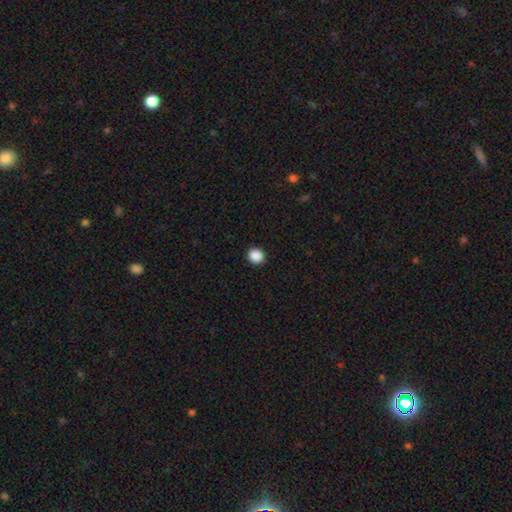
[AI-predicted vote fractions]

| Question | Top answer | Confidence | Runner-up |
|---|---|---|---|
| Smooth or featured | smooth | 89% | star or artifact (9%) |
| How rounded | round | 79% | in between (20%) |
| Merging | none | 92% | minor disturbance (5%) |